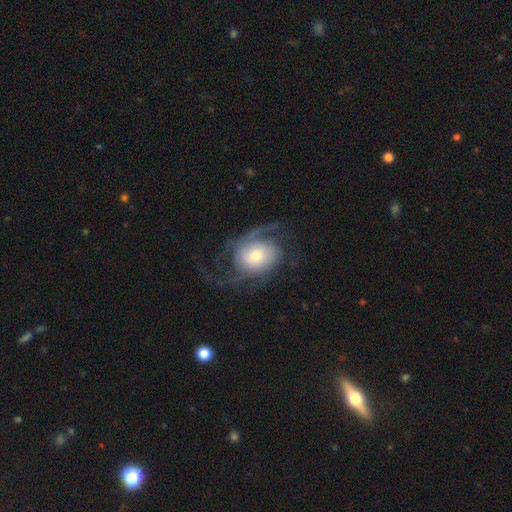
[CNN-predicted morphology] Smooth or featured? Predicted: featured or disk (p=0.78). Edge-on disk? Predicted: no (p=0.97). Bar? Predicted: no (p=0.71). Spiral arms? Predicted: yes (p=0.92). Spiral winding? Predicted: medium (p=0.42). Spiral arm count? Predicted: 2 (p=0.56). Bulge size? Predicted: moderate (p=0.48). Merging? Predicted: none (p=0.53).